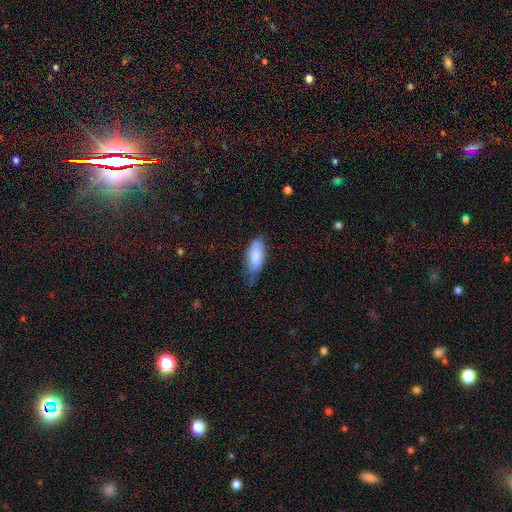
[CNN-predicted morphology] smooth_or_featured: smooth (p=0.79) [alt: featured or disk p=0.14]
how_rounded: in between (p=0.88) [alt: cigar-shaped p=0.10]
merging: none (p=0.46) [alt: minor disturbance p=0.41]